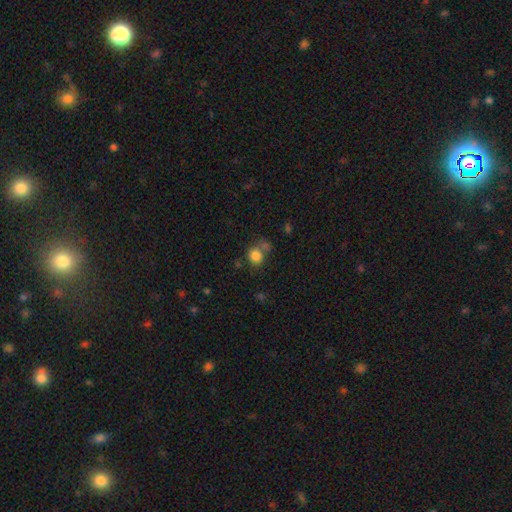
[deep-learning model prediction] Morphology: type=smooth (81%); roundness=round (79%); merging=none (54%).